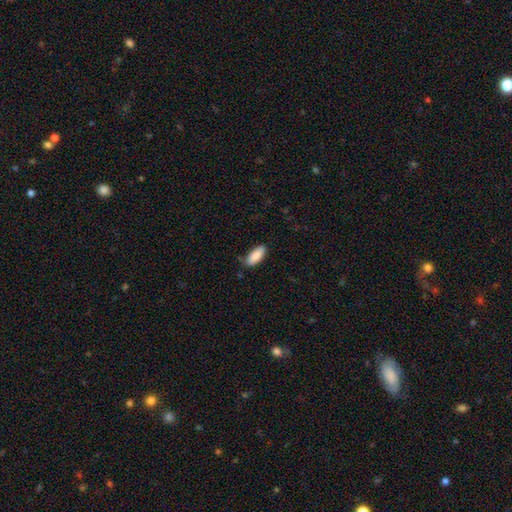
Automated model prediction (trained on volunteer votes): smooth_or_featured: smooth (p=0.88) [alt: star or artifact p=0.06]
how_rounded: in between (p=0.81) [alt: cigar-shaped p=0.17]
merging: none (p=0.74) [alt: minor disturbance p=0.21]